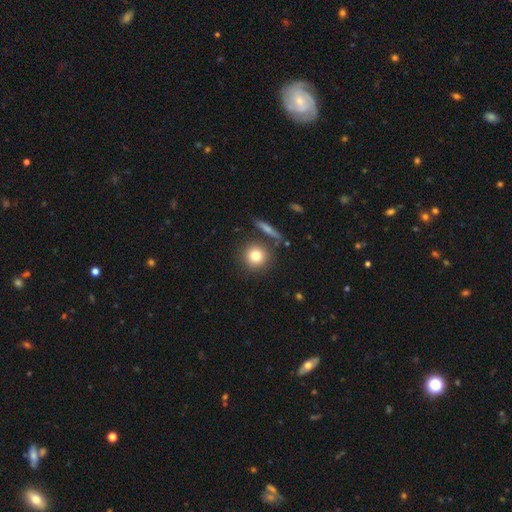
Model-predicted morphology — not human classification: Smooth or featured: smooth — 79% (featured or disk — 11%)
How rounded: round — 92% (in between — 7%)
Merging: none — 79% (minor disturbance — 9%)